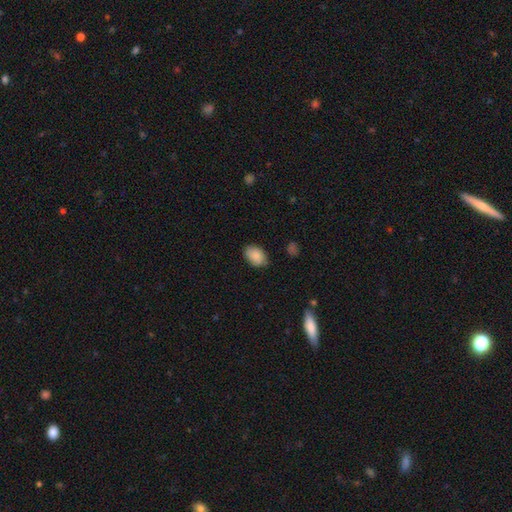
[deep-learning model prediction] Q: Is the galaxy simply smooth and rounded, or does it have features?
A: smooth — 83%.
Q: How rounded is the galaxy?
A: in between — 83%.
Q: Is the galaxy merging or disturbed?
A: none — 74%.